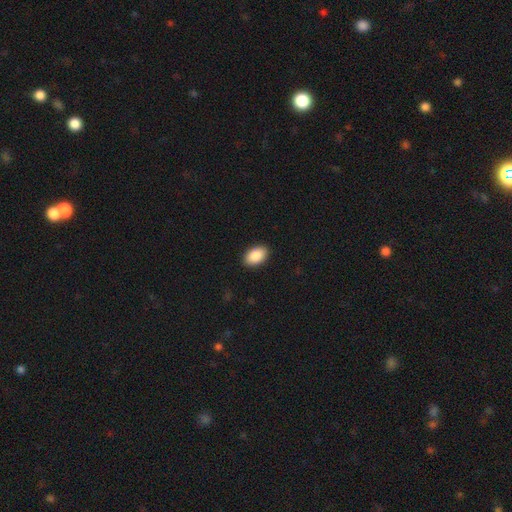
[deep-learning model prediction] Morphology: type=smooth (90%); roundness=in between (93%); merging=none (90%).